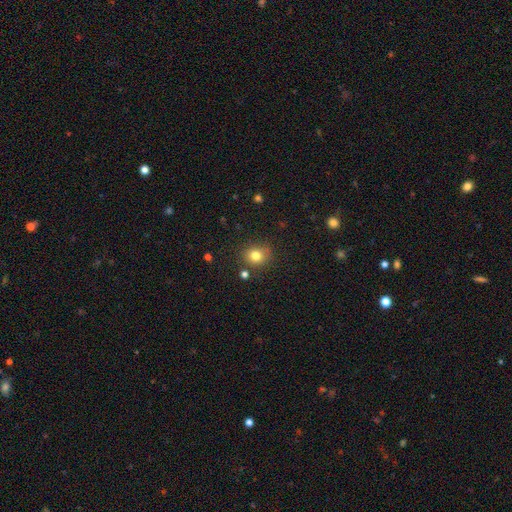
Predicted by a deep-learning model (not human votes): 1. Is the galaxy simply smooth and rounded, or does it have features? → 79% smooth, 13% star or artifact, 8% featured or disk.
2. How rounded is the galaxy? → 72% round, 27% in between, 1% cigar-shaped.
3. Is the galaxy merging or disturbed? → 79% none, 13% minor disturbance, 4% merger, 3% major disturbance.